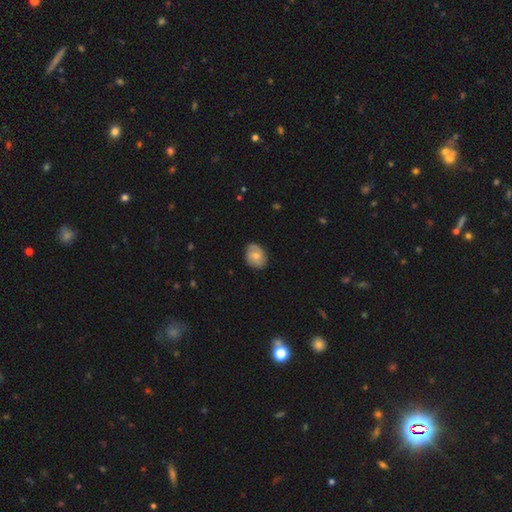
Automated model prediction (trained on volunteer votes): This appears to be a smooth galaxy with no disk features (48%). Merging: none (80%).